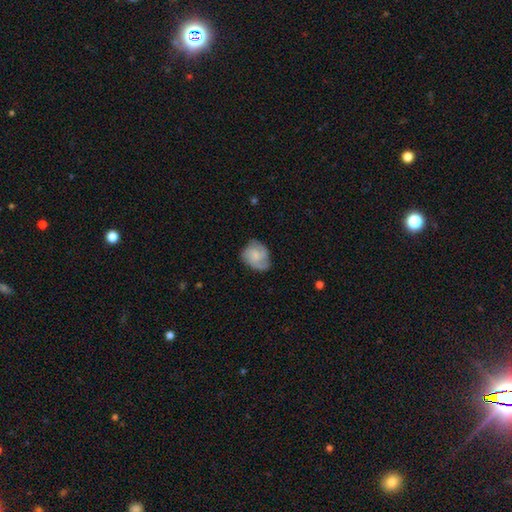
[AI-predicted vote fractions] smooth 49%, featured or disk 44%, star or artifact 7%. Down the decision tree: merging — none (58%).